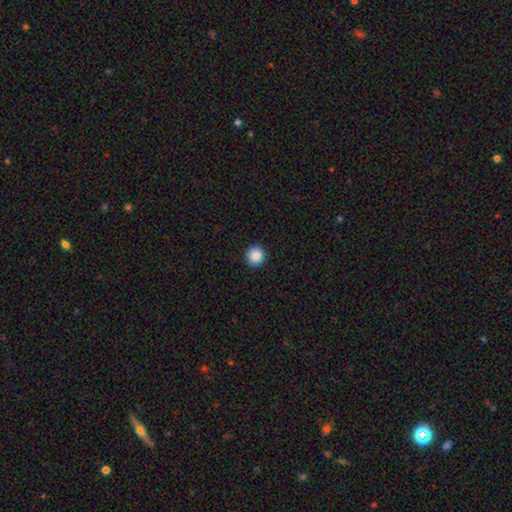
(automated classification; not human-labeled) Smooth or featured?
  - smooth: 88% *
  - star or artifact: 9%
  - featured or disk: 3%
How rounded?
  - round: 95% *
  - in between: 4%
  - cigar-shaped: 1%
Merging?
  - none: 93% *
  - minor disturbance: 5%
  - major disturbance: 2%
  - merger: 1%